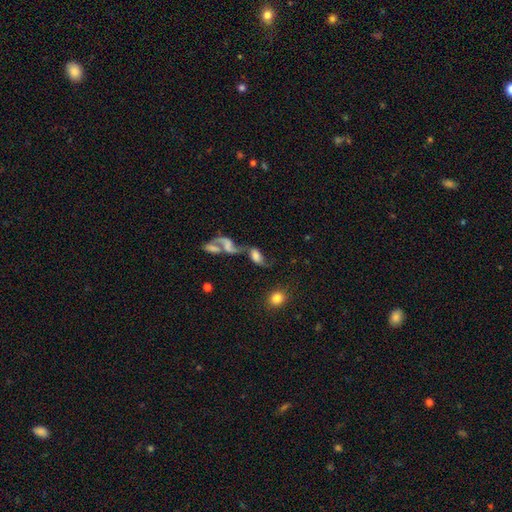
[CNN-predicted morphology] A smooth galaxy with no disk features (47%). Merging: merger (51%).